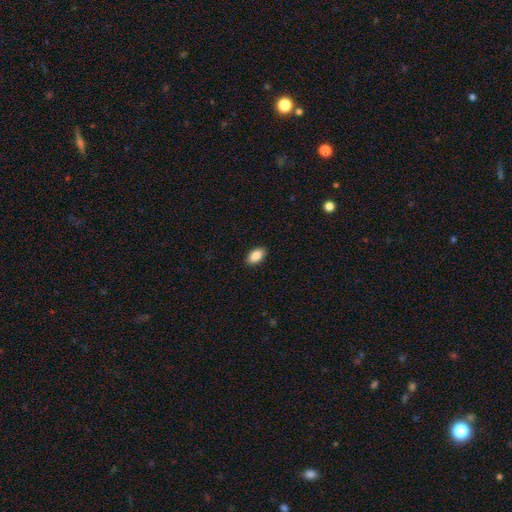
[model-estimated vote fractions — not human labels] Smooth or featured: smooth — 88% (star or artifact — 7%)
How rounded: in between — 93% (round — 4%)
Merging: none — 90% (minor disturbance — 7%)